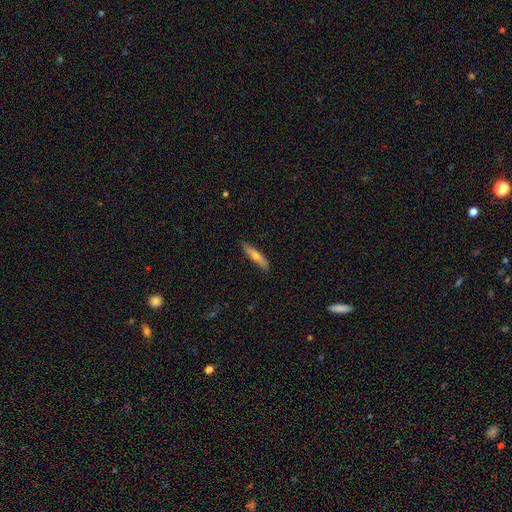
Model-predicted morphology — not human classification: A smooth galaxy with no disk features (52%) that is cigar-shaped (90%).

Vote fractions:
- Smooth or featured? smooth: 52% / featured or disk: 42% / star or artifact: 6%
- How rounded? cigar-shaped: 90% / in between: 9% / round: 2%
- Merging? none: 88% / minor disturbance: 10% / major disturbance: 2% / merger: 1%